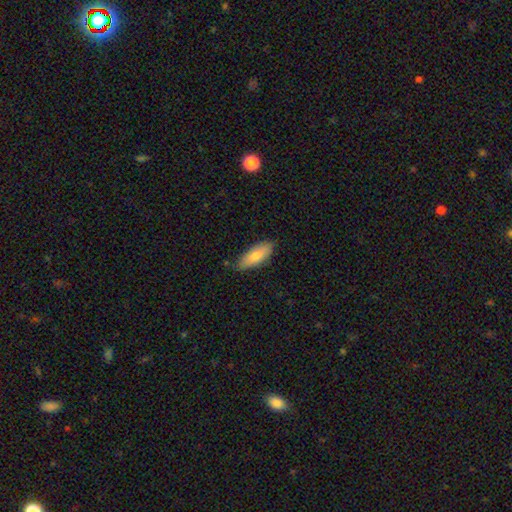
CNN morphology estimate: Smooth or featured: smooth — 76% (featured or disk — 18%)
How rounded: in between — 68% (cigar-shaped — 29%)
Merging: none — 81% (minor disturbance — 16%)